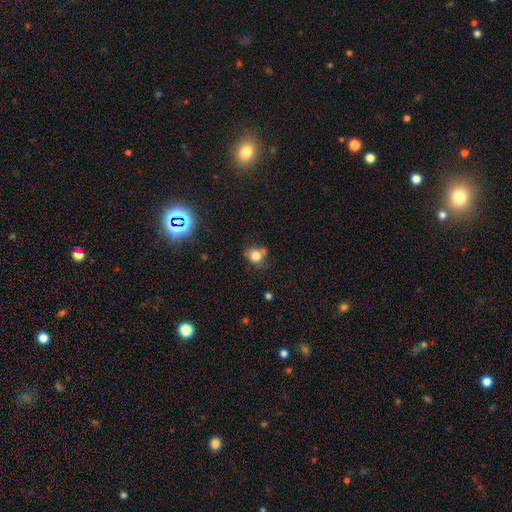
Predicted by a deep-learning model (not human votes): Smooth or featured?
  - smooth: 78% *
  - star or artifact: 13%
  - featured or disk: 9%
How rounded?
  - round: 74% *
  - in between: 25%
  - cigar-shaped: 1%
Merging?
  - none: 62% *
  - minor disturbance: 21%
  - merger: 12%
  - major disturbance: 6%